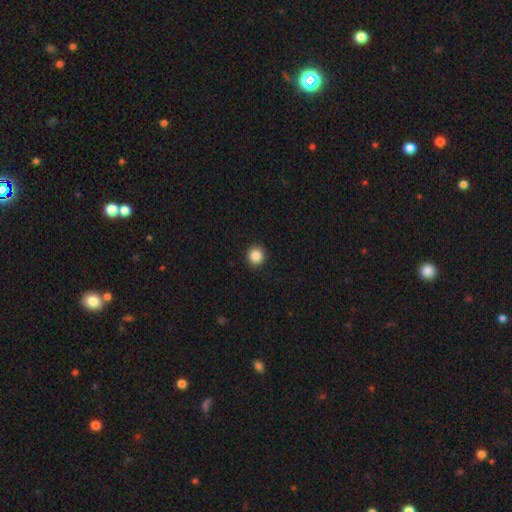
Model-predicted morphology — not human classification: This is clearly a smooth galaxy (87%). How rounded: clearly round (92%). Merging: clearly none (92%).